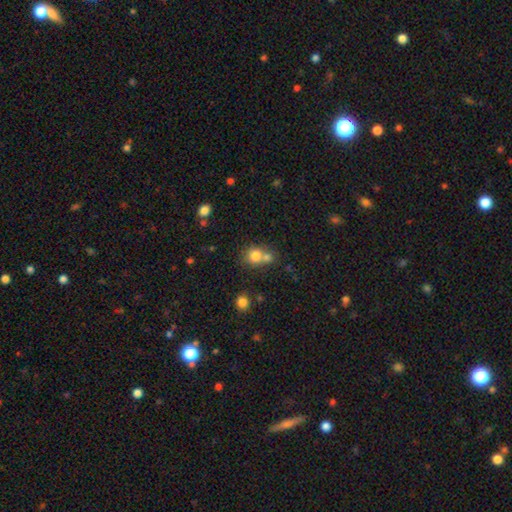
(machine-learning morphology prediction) Overall: smooth (77%). How rounded: round (79%). Merging: merger (48%; none 41%).